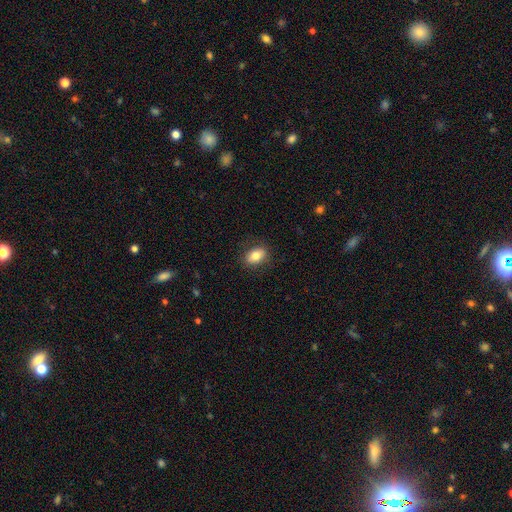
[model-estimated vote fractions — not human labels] Morphology: type=smooth (82%); roundness=in between (82%); merging=none (85%).